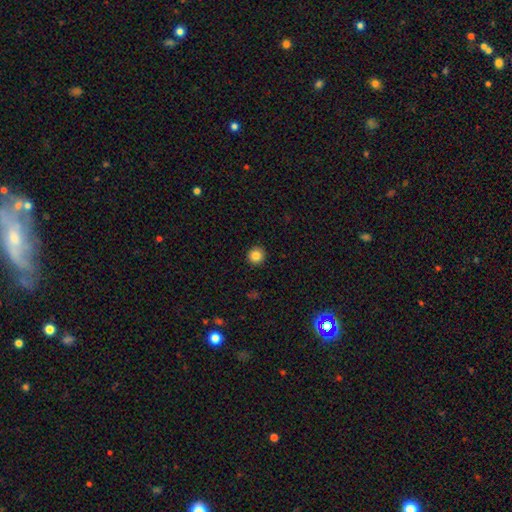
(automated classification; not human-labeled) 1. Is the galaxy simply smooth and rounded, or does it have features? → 84% smooth, 10% star or artifact, 5% featured or disk.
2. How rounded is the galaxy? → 95% round, 4% in between, 1% cigar-shaped.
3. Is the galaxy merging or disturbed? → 93% none, 5% minor disturbance, 1% major disturbance, 1% merger.